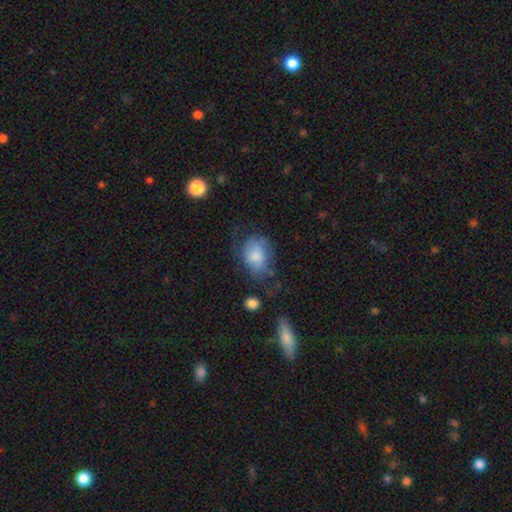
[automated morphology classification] Overall: smooth (70%). How rounded: in between (70%). Merging: none (41%; minor disturbance 30%).